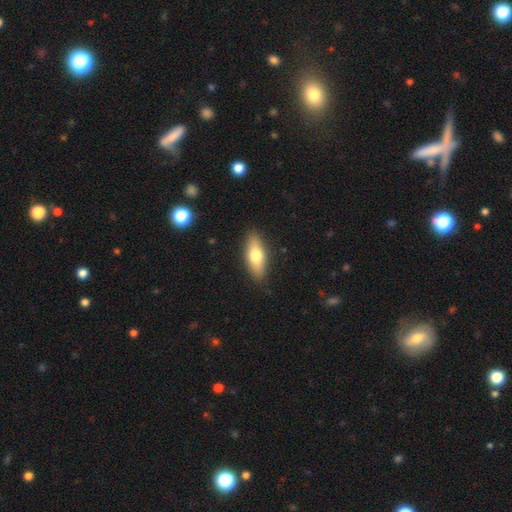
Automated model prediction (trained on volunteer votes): The model was most divided on "how rounded": in between: 69%, cigar-shaped: 28%, round: 3%. More confident: merging — none (87%); smooth or featured — smooth (69%).